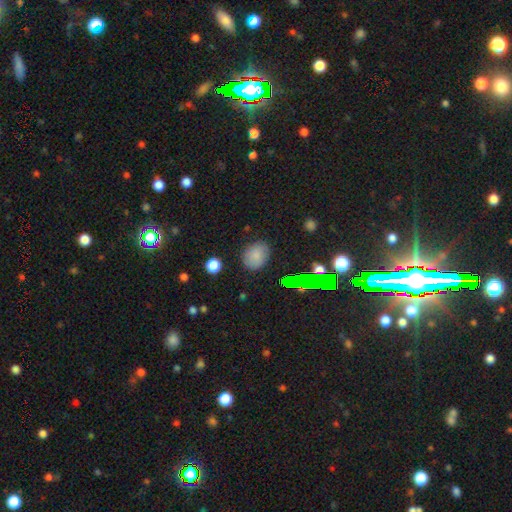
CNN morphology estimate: A smooth galaxy with no disk features (80%) that is in between round and cigar-shaped (51%). Merging: none (83%).